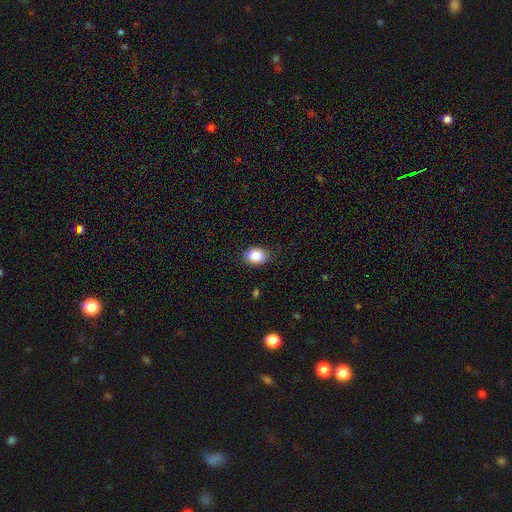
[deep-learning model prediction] smooth-or-featured: smooth: 86% | star or artifact: 8% | featured or disk: 5%
  how-rounded: in between: 59% | round: 40% | cigar-shaped: 1%
  merging: none: 87% | minor disturbance: 10% | major disturbance: 2% | merger: 1%